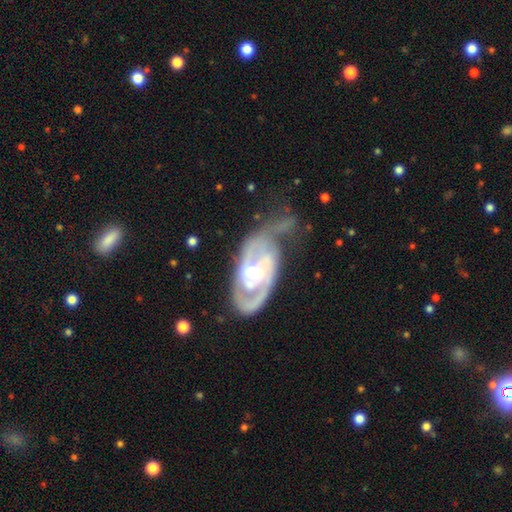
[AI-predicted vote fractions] This appears to be a featured or disk galaxy (86%) with no bar (44%), 2 (64%) tight (45%) spiral arms (89%) and a moderate central bulge (68%). Merging: none (34%).